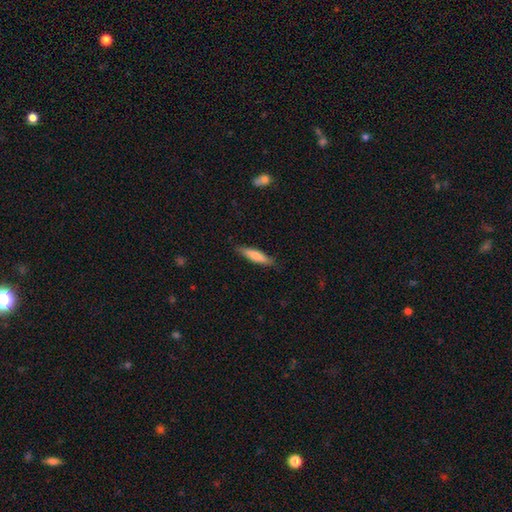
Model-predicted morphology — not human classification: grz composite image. It shows a smooth galaxy with no disk features (73%) that is cigar-shaped (80%). Merging: none (86%).